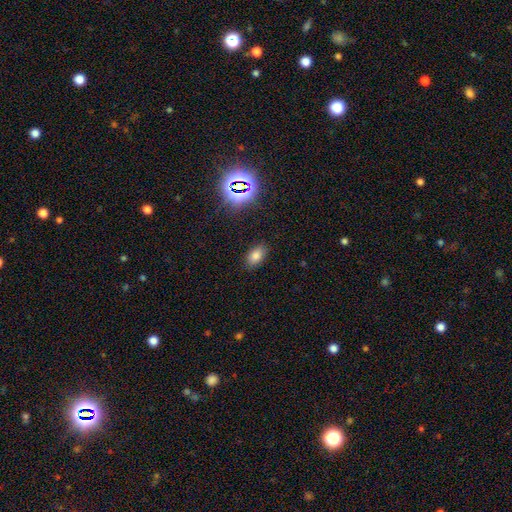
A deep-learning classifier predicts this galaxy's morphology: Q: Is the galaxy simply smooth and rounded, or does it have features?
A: smooth — 77%.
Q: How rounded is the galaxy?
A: in between — 88%.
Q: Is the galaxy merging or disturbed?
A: none — 86%.